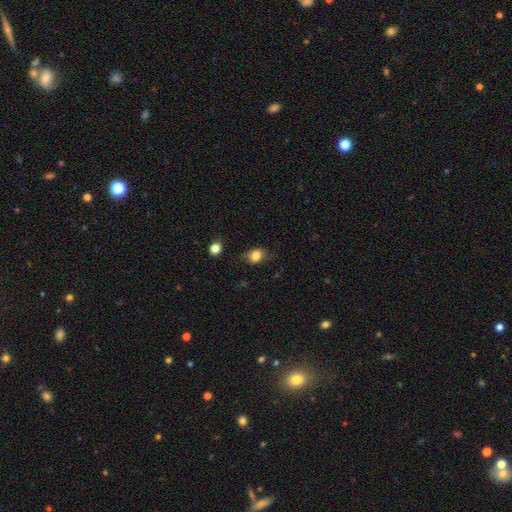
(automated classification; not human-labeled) This is clearly a smooth galaxy (81%). How rounded: likely in between (66%). Merging: likely none (70%).